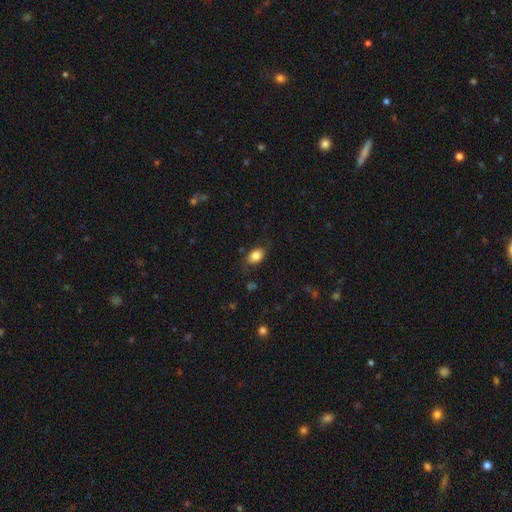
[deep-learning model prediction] Smooth or featured: smooth — 84% (star or artifact — 8%)
How rounded: in between — 84% (round — 14%)
Merging: none — 78% (minor disturbance — 16%)